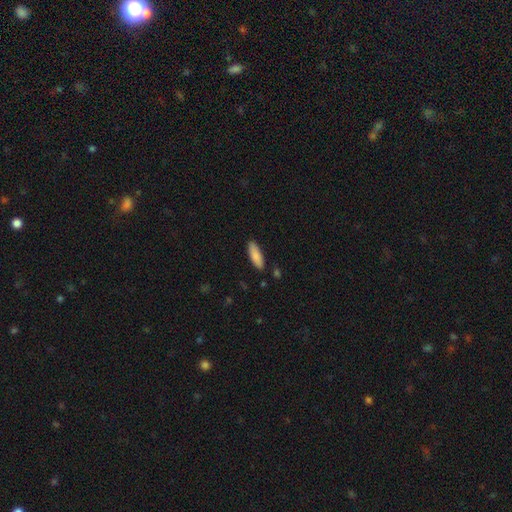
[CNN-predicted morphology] smooth_or_featured: smooth (p=0.86) [alt: featured or disk p=0.08]
how_rounded: in between (p=0.53) [alt: cigar-shaped p=0.45]
merging: none (p=0.86) [alt: minor disturbance p=0.10]